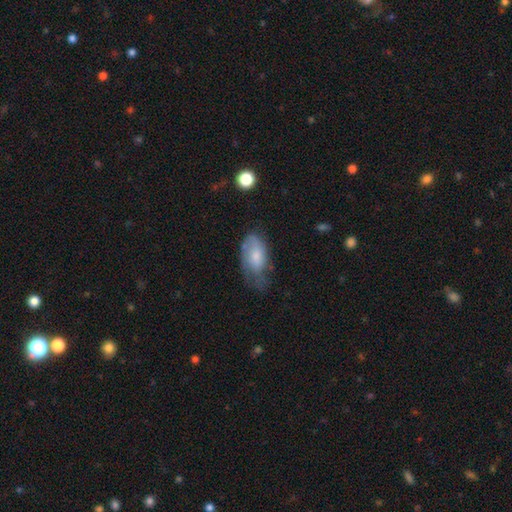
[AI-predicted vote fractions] Smooth or featured: smooth — 60% (featured or disk — 33%)
How rounded: in between — 92% (round — 4%)
Merging: none — 38% (minor disturbance — 37%)